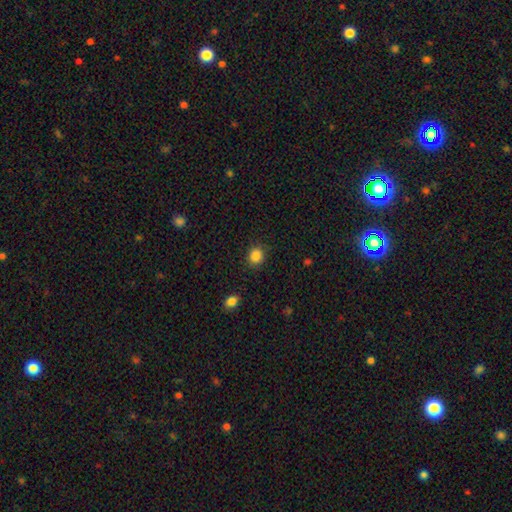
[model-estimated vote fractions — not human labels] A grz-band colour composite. It shows a smooth galaxy with no disk features (86%) that is round (81%). Merging: none (87%).